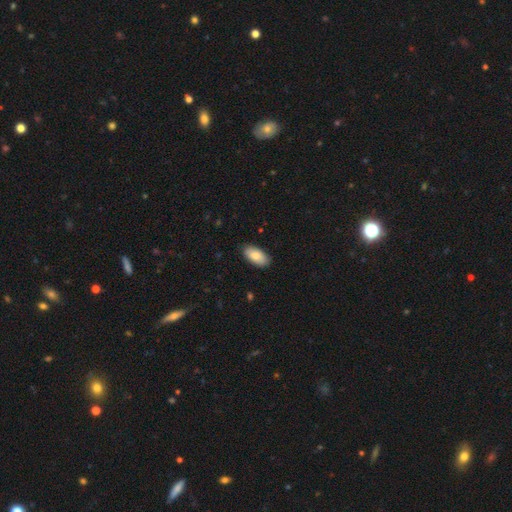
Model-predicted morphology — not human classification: The model was most divided on "smooth or featured": smooth: 82%, featured or disk: 12%, star or artifact: 6%. More confident: how rounded — in between (93%); merging — none (88%).